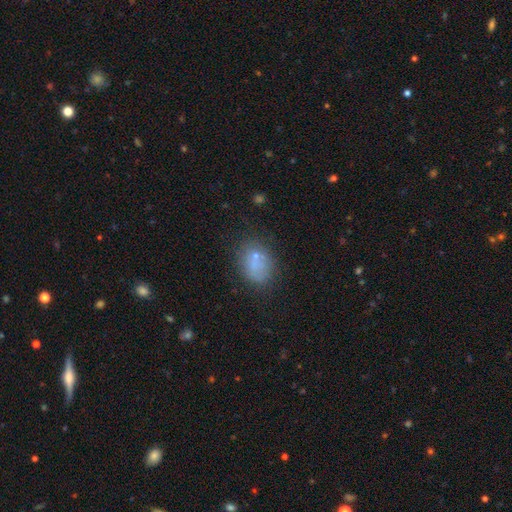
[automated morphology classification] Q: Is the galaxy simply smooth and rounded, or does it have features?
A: smooth — 65%.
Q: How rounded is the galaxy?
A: in between — 61%.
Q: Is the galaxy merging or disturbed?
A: none — 64%.